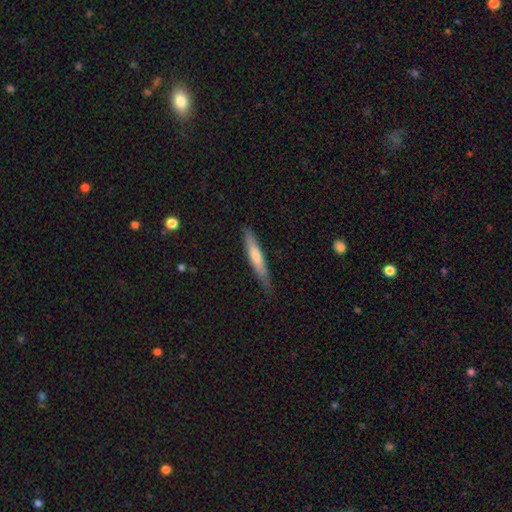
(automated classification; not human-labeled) Morphology: type=featured or disk (47%); merging=none (84%).